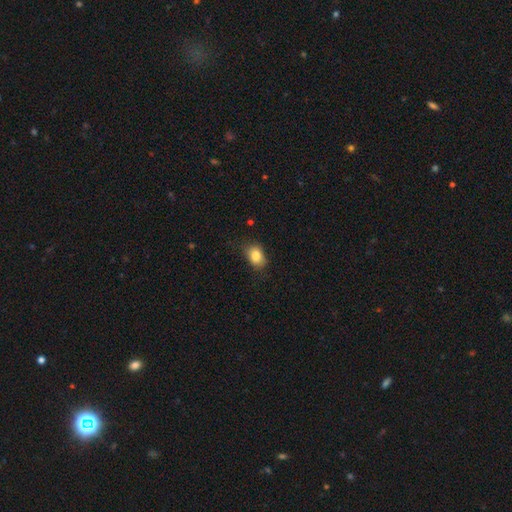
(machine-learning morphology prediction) This is clearly a smooth galaxy (84%). How rounded: likely in between (70%). Merging: likely none (74%).